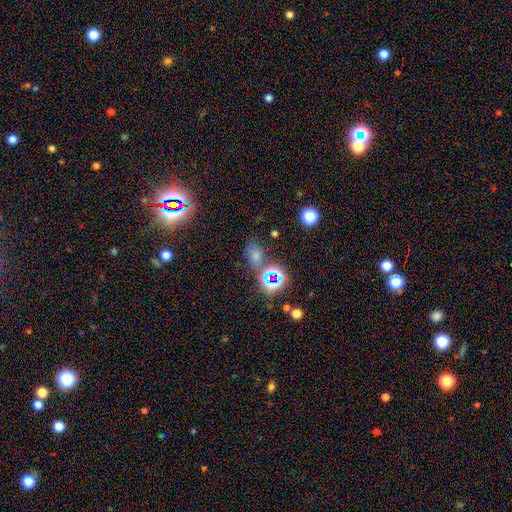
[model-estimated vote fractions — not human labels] smooth-or-featured: smooth: 59% | star or artifact: 32% | featured or disk: 9%
  how-rounded: in between: 74% | round: 24% | cigar-shaped: 2%
  merging: none: 66% | merger: 15% | minor disturbance: 13% | major disturbance: 6%